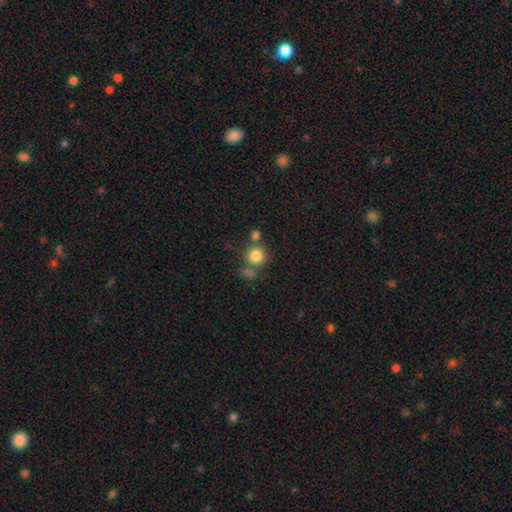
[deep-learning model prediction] The model was most divided on "merging": none: 65%, merger: 21%, minor disturbance: 10%, major disturbance: 4%. More confident: how rounded — round (91%); smooth or featured — smooth (82%).